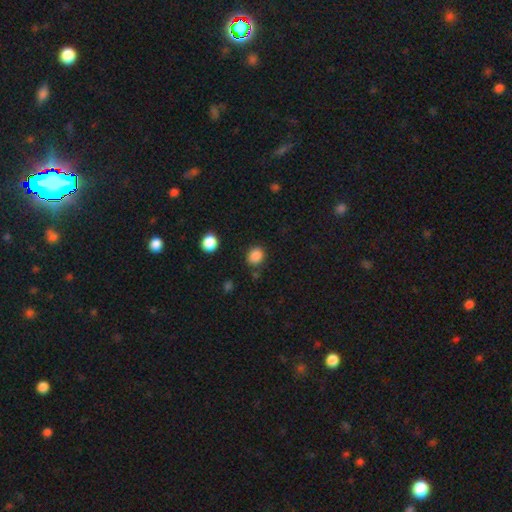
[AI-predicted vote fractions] This appears to be a smooth galaxy with no disk features (86%) that is round (64%). Merging: none (83%).